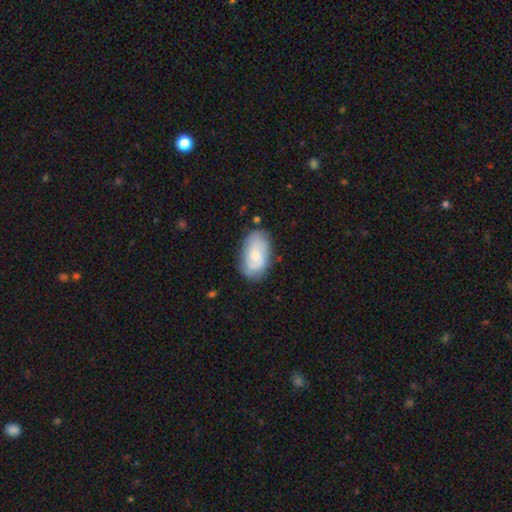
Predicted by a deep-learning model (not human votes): smooth 58%, featured or disk 35%, star or artifact 6%. Down the decision tree: how rounded — in between (92%); merging — none (72%).